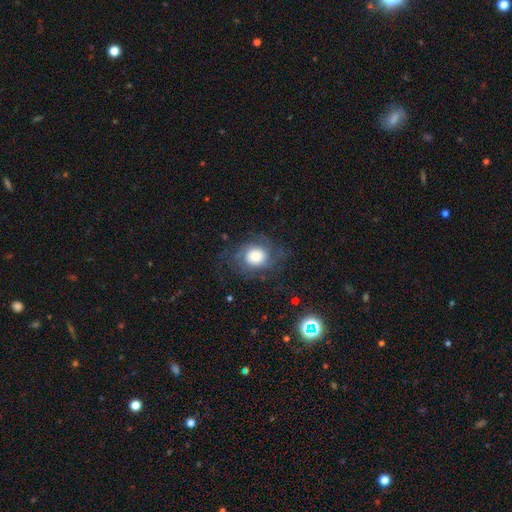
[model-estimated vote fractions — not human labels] Smooth or featured: featured or disk — 55% (smooth — 35%)
Edge-on disk: no — 97% (yes — 3%)
Bar: no — 81% (weak — 16%)
Spiral arms: yes — 86% (no — 14%)
Bulge size: large — 47% (moderate — 28%)
Merging: none — 65% (minor disturbance — 18%)